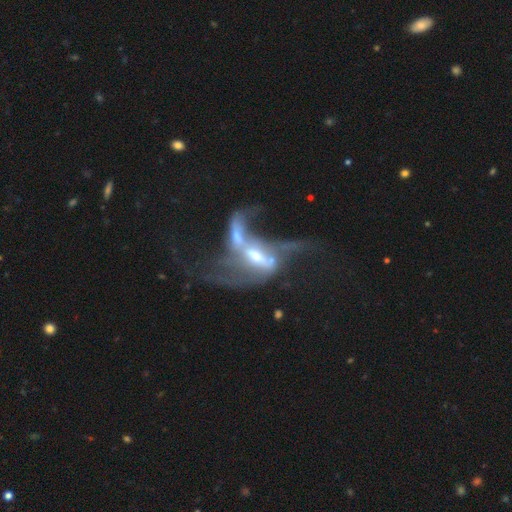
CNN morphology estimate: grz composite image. It shows a featured or disk galaxy (77%) with a weak bar (36%), spiral arms (67%) and a moderate central bulge (52%). Merging: merger (60%).